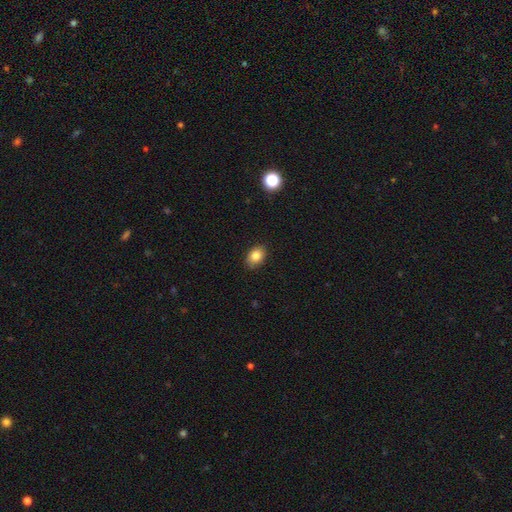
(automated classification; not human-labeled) Overall: smooth (84%). How rounded: in between (79%). Merging: none (87%).